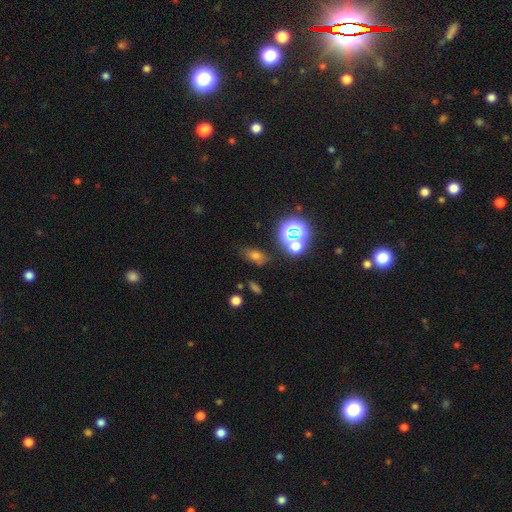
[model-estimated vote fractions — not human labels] Smooth or featured? Predicted: smooth (p=0.55). How rounded? Predicted: in between (p=0.74). Merging? Predicted: none (p=0.74).